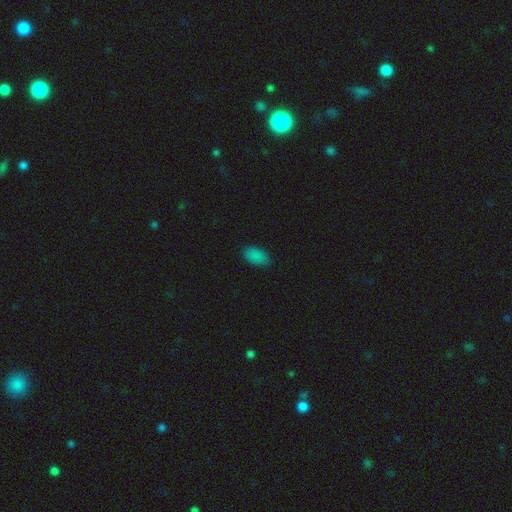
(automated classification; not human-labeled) This appears to be a smooth galaxy with no disk features (86%) that is in between round and cigar-shaped (93%). Merging: none (83%).